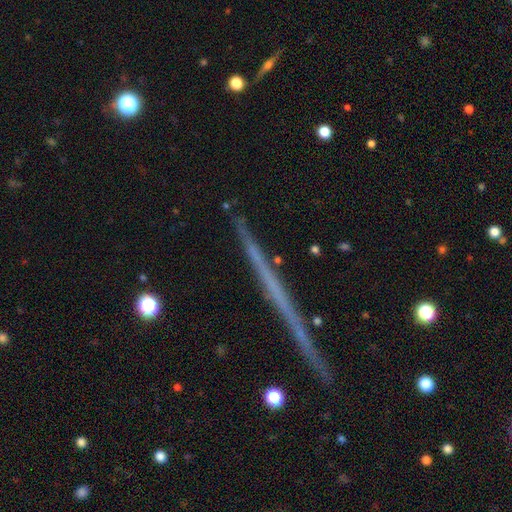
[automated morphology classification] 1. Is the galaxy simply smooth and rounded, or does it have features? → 54% featured or disk, 23% star or artifact, 23% smooth.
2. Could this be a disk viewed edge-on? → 95% yes, 5% no.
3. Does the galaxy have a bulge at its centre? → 93% none, 4% rounded, 3% boxy.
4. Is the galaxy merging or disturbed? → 89% none, 7% minor disturbance, 2% major disturbance, 2% merger.